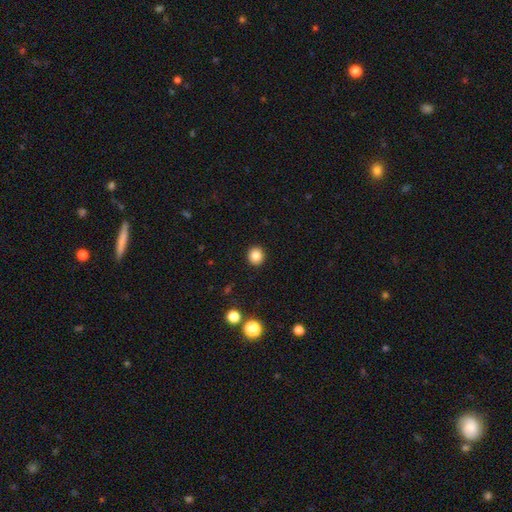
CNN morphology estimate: Smooth or featured? Predicted: smooth (p=0.85). How rounded? Predicted: round (p=0.90). Merging? Predicted: none (p=0.93).